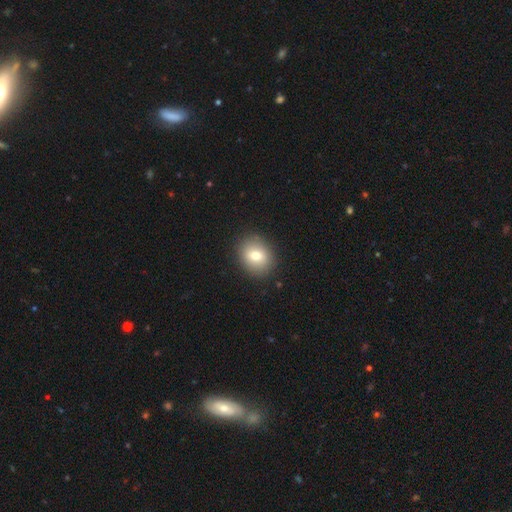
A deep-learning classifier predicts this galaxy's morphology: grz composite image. It shows a smooth galaxy with no disk features (75%) that is round (66%). Merging: none (89%).